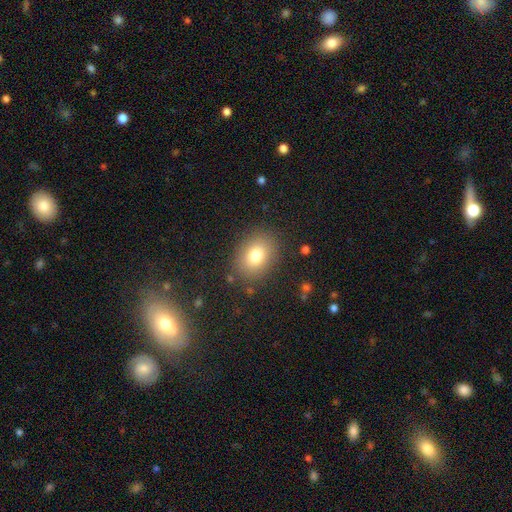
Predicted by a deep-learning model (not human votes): Smooth or featured? Predicted: smooth (p=0.78). How rounded? Predicted: in between (p=0.60). Merging? Predicted: none (p=0.84).